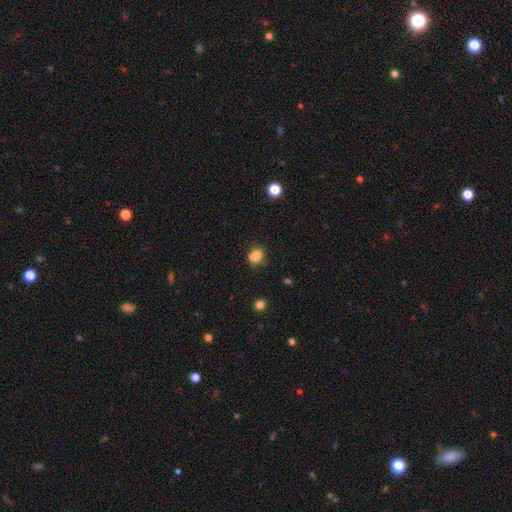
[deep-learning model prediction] The model was most divided on "merging": none: 45%, merger: 30%, minor disturbance: 18%, major disturbance: 7%. More confident: smooth or featured — smooth (77%); how rounded — round (63%).